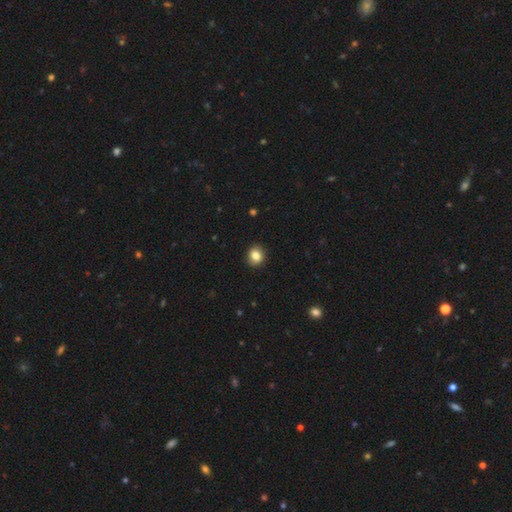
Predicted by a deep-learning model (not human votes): smooth-or-featured: smooth: 85% | star or artifact: 10% | featured or disk: 6%
  how-rounded: round: 75% | in between: 24% | cigar-shaped: 1%
  merging: none: 90% | minor disturbance: 7% | major disturbance: 2% | merger: 1%